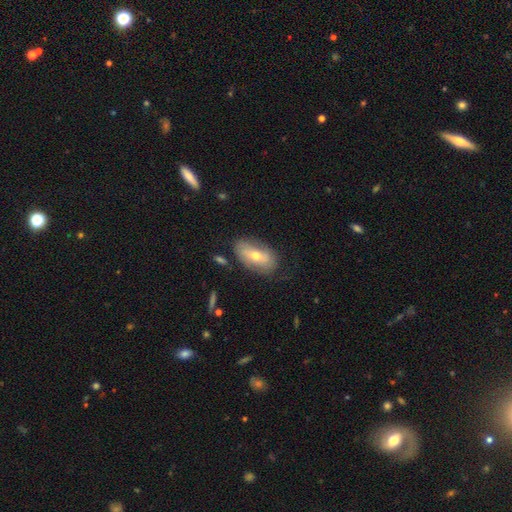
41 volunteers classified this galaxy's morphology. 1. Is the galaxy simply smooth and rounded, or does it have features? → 71% smooth, 17% featured or disk, 12% star or artifact.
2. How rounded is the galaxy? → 90% in between, 7% cigar-shaped, 3% round.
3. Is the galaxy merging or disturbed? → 64% none, 25% minor disturbance, 8% major disturbance, 3% merger.